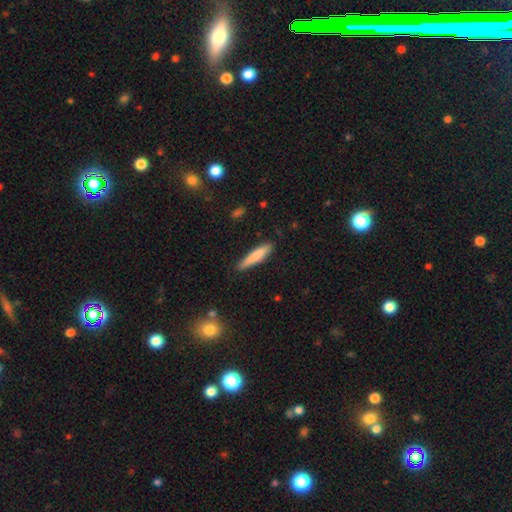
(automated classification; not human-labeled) The model was most divided on "smooth or featured": smooth: 80%, featured or disk: 15%, star or artifact: 6%. More confident: how rounded — cigar-shaped (89%); merging — none (85%).